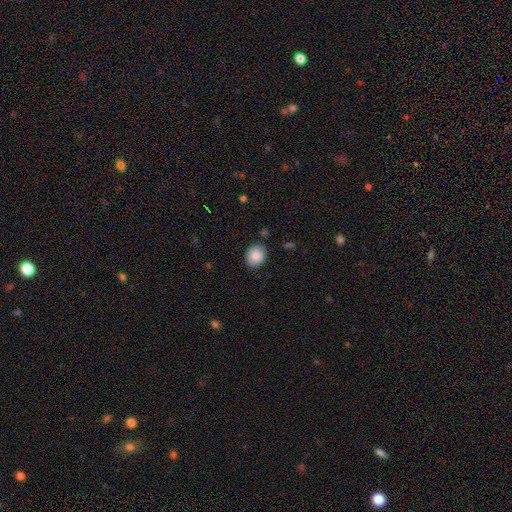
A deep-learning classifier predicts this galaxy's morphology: A smooth galaxy with no disk features (85%) that is round (58%).

Vote fractions:
- Smooth or featured? smooth: 85% / star or artifact: 8% / featured or disk: 7%
- How rounded? round: 58% / in between: 41% / cigar-shaped: 1%
- Merging? none: 86% / minor disturbance: 10% / major disturbance: 2% / merger: 2%